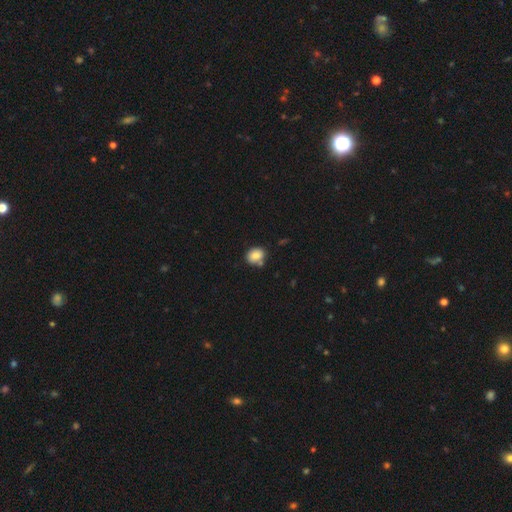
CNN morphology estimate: type=smooth (84%); roundness=in between (53%); merging=none (64%).